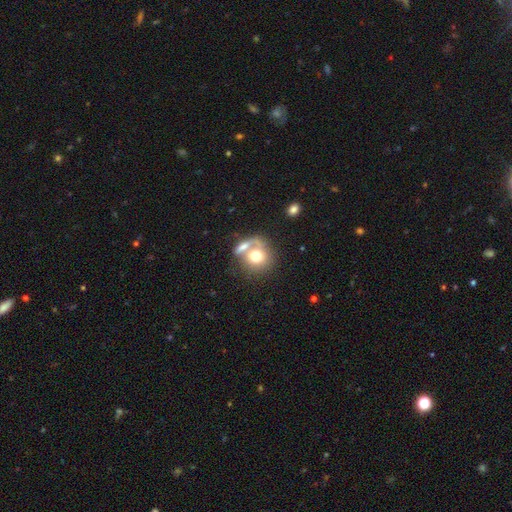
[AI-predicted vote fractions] smooth-or-featured: smooth: 66% | featured or disk: 26% | star or artifact: 8%
  how-rounded: round: 79% | in between: 20% | cigar-shaped: 1%
  merging: merger: 42% | none: 37% | minor disturbance: 11% | major disturbance: 9%